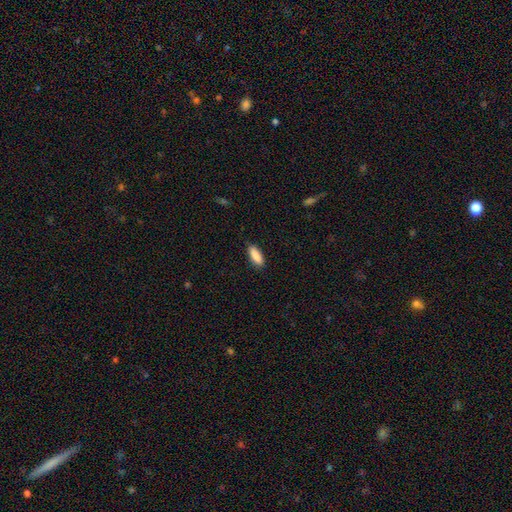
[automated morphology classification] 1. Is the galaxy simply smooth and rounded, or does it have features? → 89% smooth, 6% star or artifact, 5% featured or disk.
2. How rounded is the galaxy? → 63% in between, 35% cigar-shaped, 2% round.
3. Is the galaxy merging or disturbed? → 87% none, 10% minor disturbance, 2% major disturbance, 1% merger.